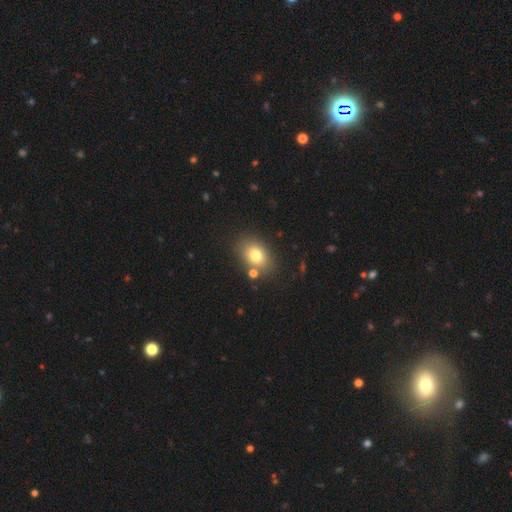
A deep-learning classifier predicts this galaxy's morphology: smooth_or_featured: smooth (p=0.76) [alt: featured or disk p=0.12]
how_rounded: in between (p=0.70) [alt: round p=0.29]
merging: none (p=0.77) [alt: minor disturbance p=0.11]